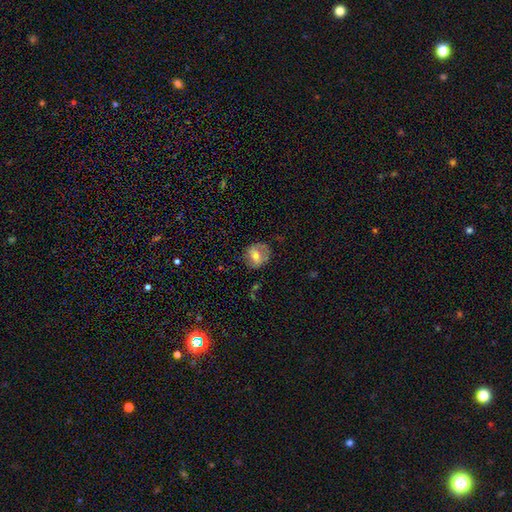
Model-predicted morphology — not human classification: This is likely a smooth galaxy (61%). How rounded: likely round (66%). Merging: likely none (68%).